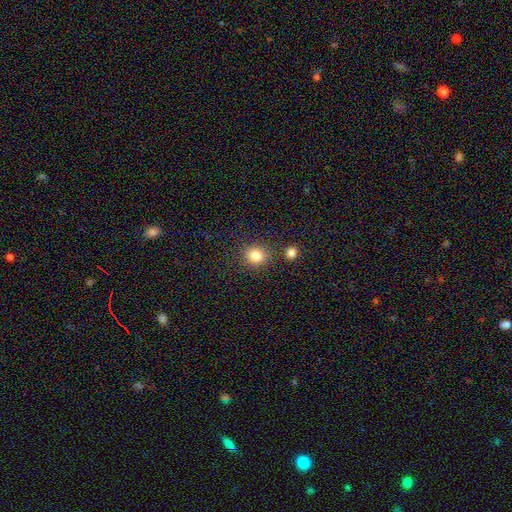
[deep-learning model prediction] Q: Smooth or featured?
A: smooth (83%); runner-up: star or artifact (12%)
Q: How rounded?
A: round (82%); runner-up: in between (17%)
Q: Merging?
A: none (81%); runner-up: minor disturbance (9%)